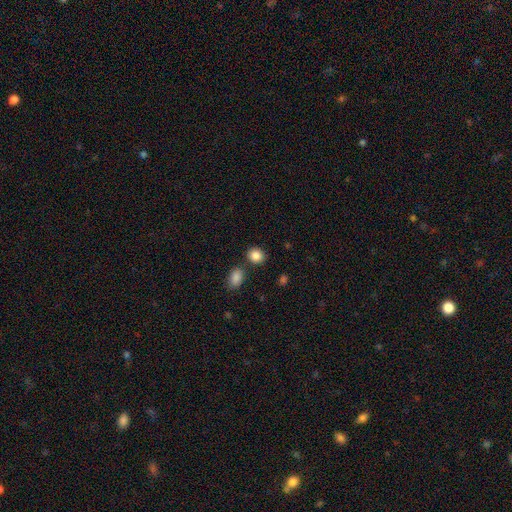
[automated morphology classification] This appears to be a smooth galaxy with no disk features (87%) that is round (68%). Merging: none (78%).